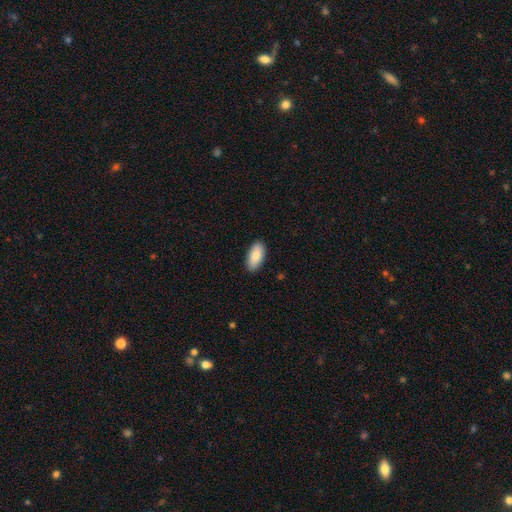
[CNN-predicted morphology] Q: Smooth or featured?
A: smooth (85%); runner-up: featured or disk (9%)
Q: How rounded?
A: in between (92%); runner-up: cigar-shaped (6%)
Q: Merging?
A: none (90%); runner-up: minor disturbance (8%)